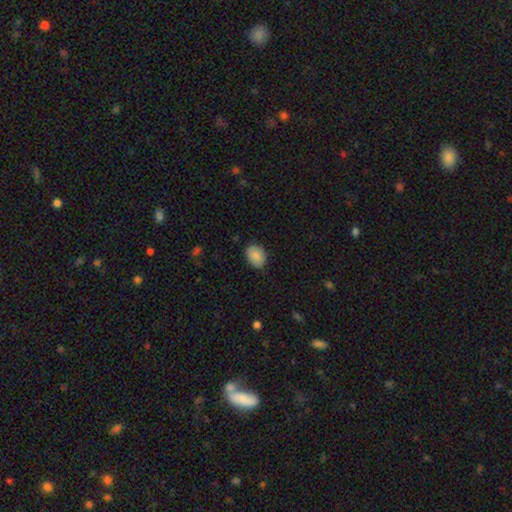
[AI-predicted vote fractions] A smooth galaxy with no disk features (87%) that is in between round and cigar-shaped (68%). Merging: none (82%).